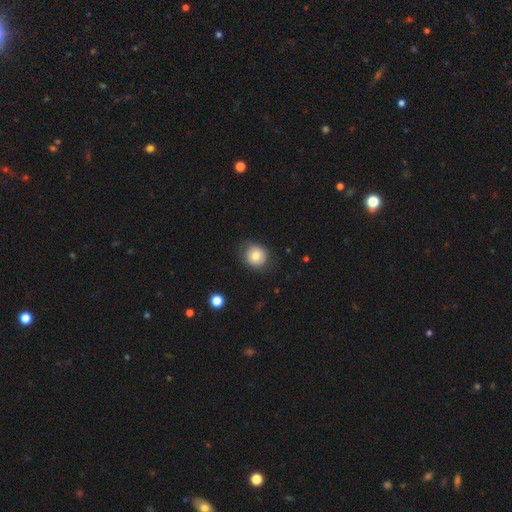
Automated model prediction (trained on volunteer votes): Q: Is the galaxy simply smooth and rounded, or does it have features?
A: smooth — 76%.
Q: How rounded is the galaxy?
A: round — 82%.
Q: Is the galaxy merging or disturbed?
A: none — 77%.